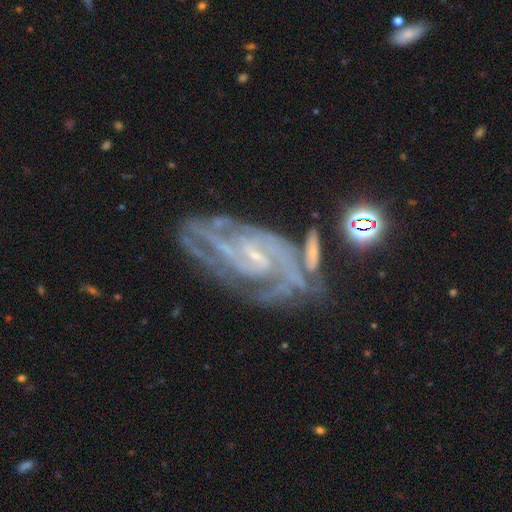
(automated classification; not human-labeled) A featured or disk galaxy (87%) with a weak bar (41%), 2 (33%) tight (65%) spiral arms (97%) and a small central bulge (78%).

Vote fractions:
- Smooth or featured? featured or disk: 87% / star or artifact: 8% / smooth: 5%
- Edge-on disk? no: 96% / yes: 4%
- Bar? weak: 41% / no: 36% / strong: 23%
- Spiral arms? yes: 97% / no: 3%
- Spiral winding? tight: 65% / medium: 30% / loose: 5%
- Spiral arm count? 2: 33% / 3: 24% / can't tell: 18% / 4: 12% / more than 4: 7% / 1: 6%
- Bulge size? small: 78% / moderate: 12% / none: 8% / large: 1% / dominant: 1%
- Merging? none: 68% / minor disturbance: 18% / major disturbance: 8% / merger: 5%